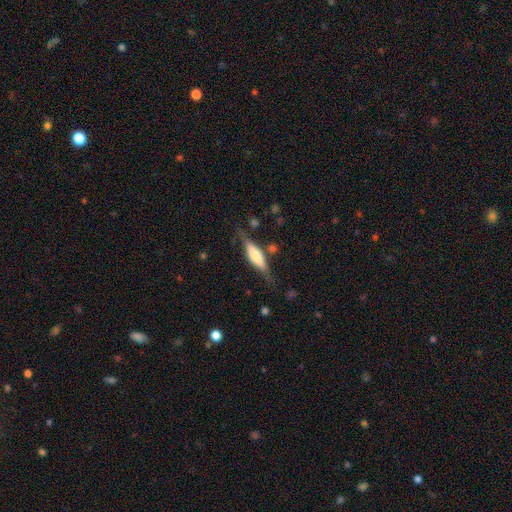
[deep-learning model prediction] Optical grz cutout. It shows a smooth galaxy with no disk features (47%). Merging: none (70%).